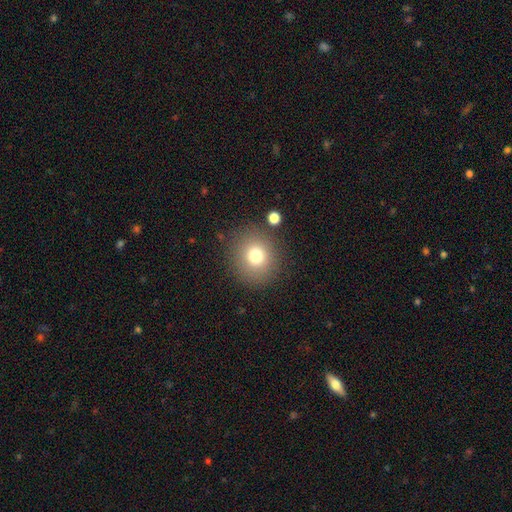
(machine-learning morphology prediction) Smooth or featured? smooth (76%)
How rounded? round (87%)
Merging? none (85%)